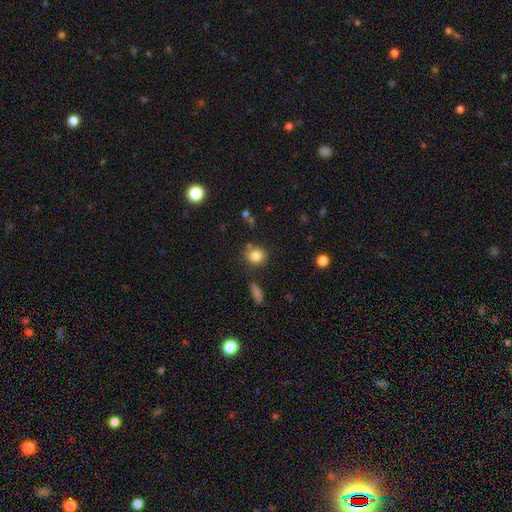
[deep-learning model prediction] Smooth or featured? Predicted: smooth (p=0.83). How rounded? Predicted: round (p=0.69). Merging? Predicted: none (p=0.78).